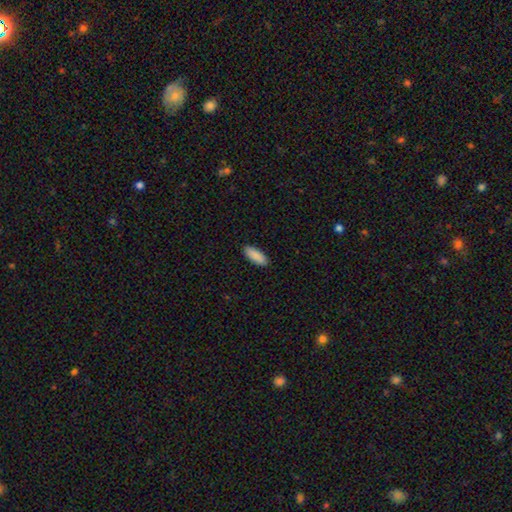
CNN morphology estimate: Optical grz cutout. It shows a smooth galaxy with no disk features (90%) that is in between round and cigar-shaped (73%). Merging: none (91%).